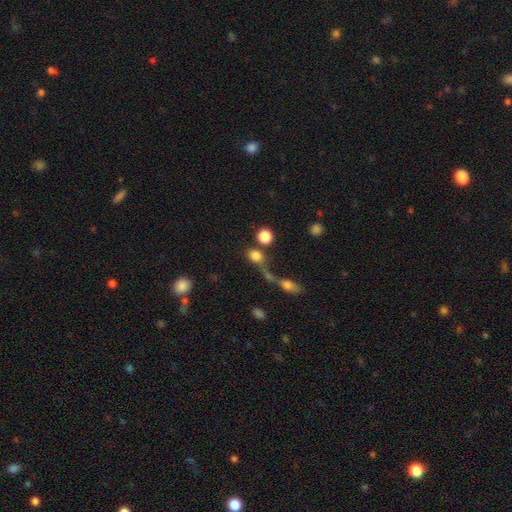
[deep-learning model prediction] Smooth or featured: smooth — 80% (star or artifact — 12%)
How rounded: round — 65% (in between — 31%)
Merging: none — 44% (merger — 38%)